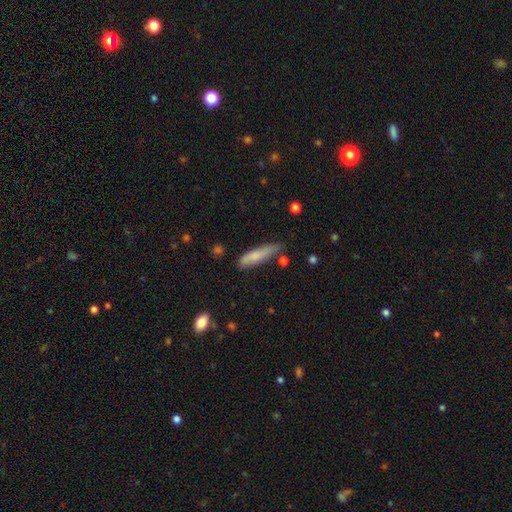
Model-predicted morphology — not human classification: A smooth galaxy with no disk features (76%) that is cigar-shaped (77%).

Vote fractions:
- Smooth or featured? smooth: 76% / featured or disk: 17% / star or artifact: 6%
- How rounded? cigar-shaped: 77% / in between: 22% / round: 2%
- Merging? none: 67% / minor disturbance: 25% / major disturbance: 4% / merger: 4%